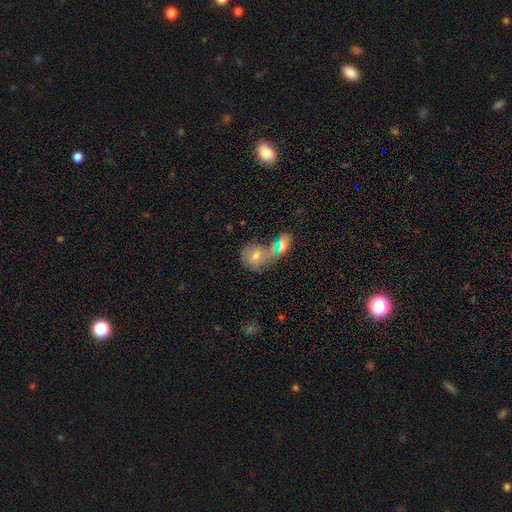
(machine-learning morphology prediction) type=smooth (59%); roundness=round (58%); merging=merger (45%).